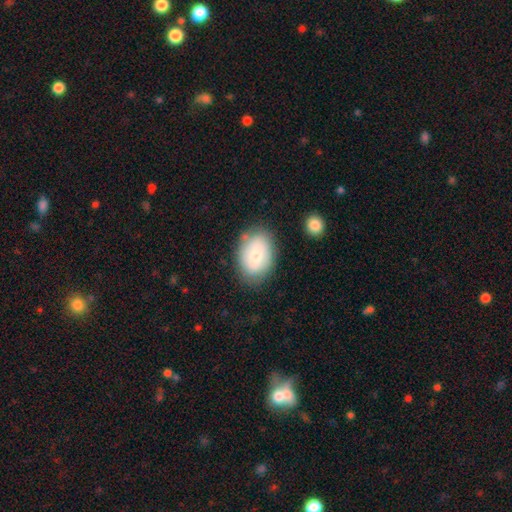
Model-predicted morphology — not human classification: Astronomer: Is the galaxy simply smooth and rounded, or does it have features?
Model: smooth — 68%.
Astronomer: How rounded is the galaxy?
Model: in between — 82%.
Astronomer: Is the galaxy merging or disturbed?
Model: none — 75%.